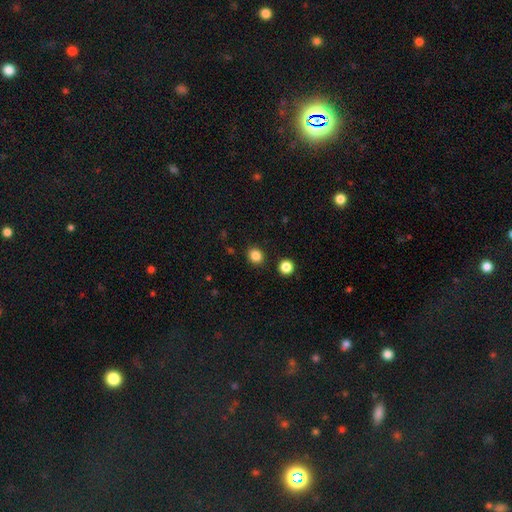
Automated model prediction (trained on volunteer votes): smooth 85%, star or artifact 11%, featured or disk 4%. Down the decision tree: how rounded — round (78%); merging — none (89%).